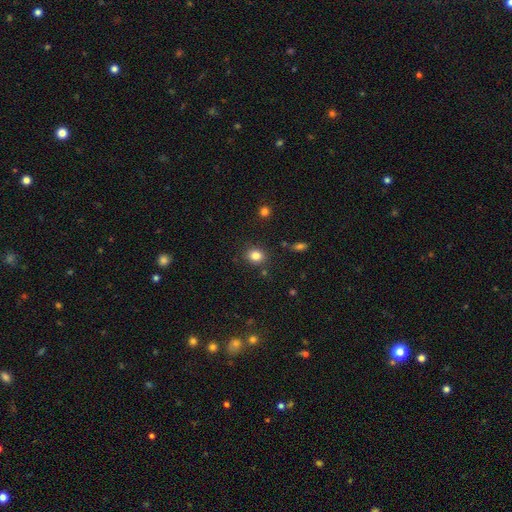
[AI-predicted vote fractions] smooth_or_featured: smooth (p=0.83) [alt: star or artifact p=0.11]
how_rounded: round (p=0.63) [alt: in between p=0.36]
merging: none (p=0.85) [alt: minor disturbance p=0.09]